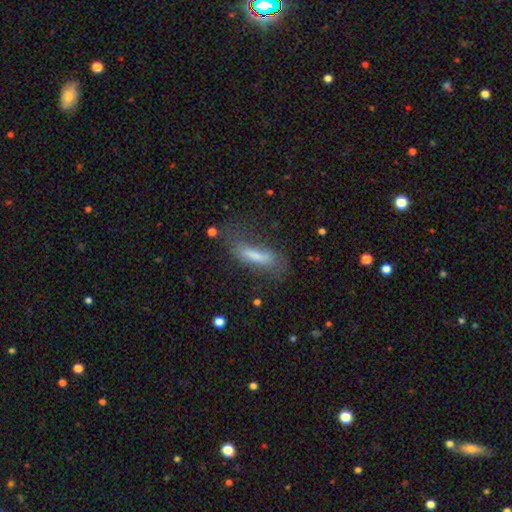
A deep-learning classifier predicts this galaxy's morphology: smooth 62%, featured or disk 29%, star or artifact 9%. Down the decision tree: how rounded — cigar-shaped (61%); merging — none (44%).